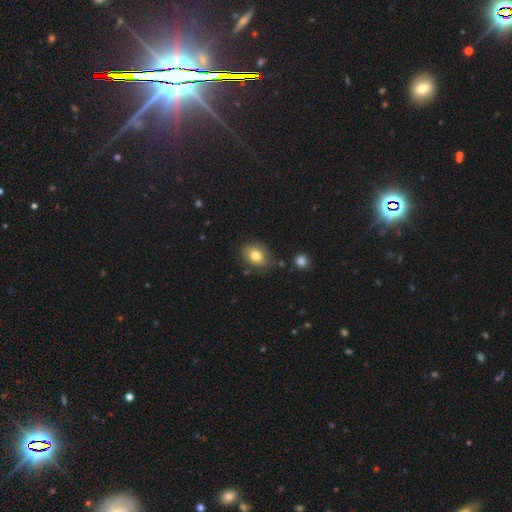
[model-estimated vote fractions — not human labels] A smooth galaxy with no disk features (79%) that is in between round and cigar-shaped (63%). Merging: none (75%).